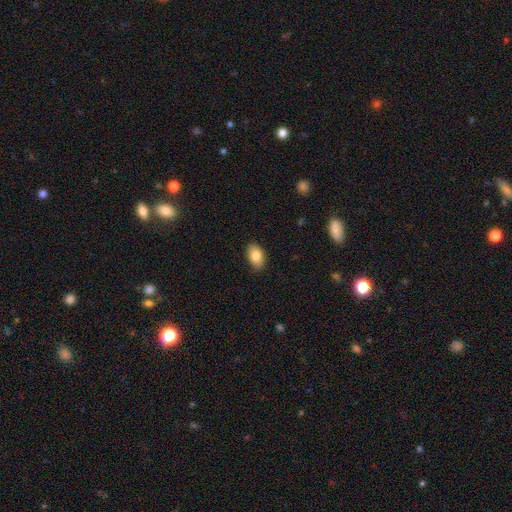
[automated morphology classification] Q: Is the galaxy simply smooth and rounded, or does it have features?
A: smooth — 85%.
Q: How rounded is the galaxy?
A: in between — 89%.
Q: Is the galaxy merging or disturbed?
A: none — 82%.